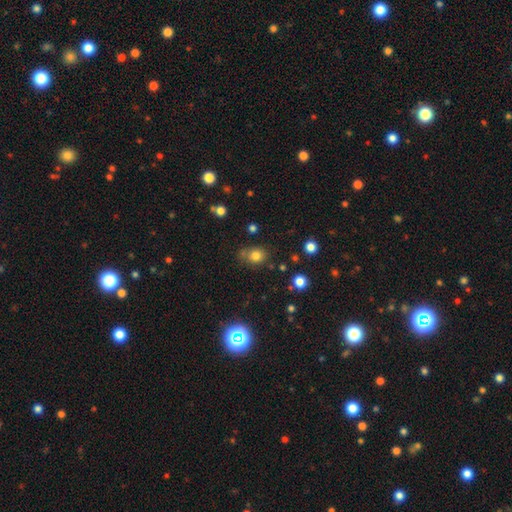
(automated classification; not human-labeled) Morphology: type=smooth (77%); roundness=round (61%); merging=none (67%).